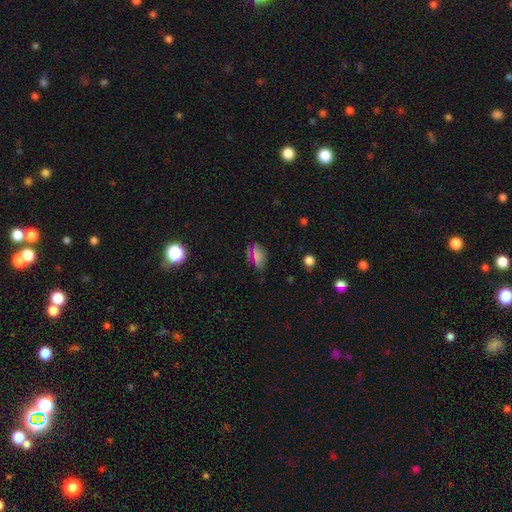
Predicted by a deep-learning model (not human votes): This appears to be a smooth galaxy with no disk features (66%) that is in between round and cigar-shaped (84%). Merging: none (74%).